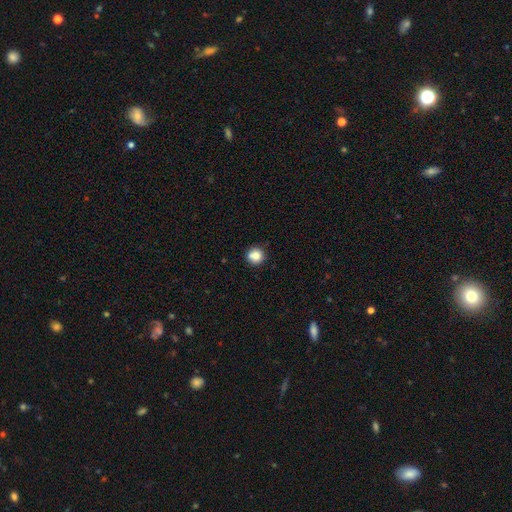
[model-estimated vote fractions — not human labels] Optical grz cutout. It shows a smooth galaxy with no disk features (82%) that is round (93%). Merging: none (79%).